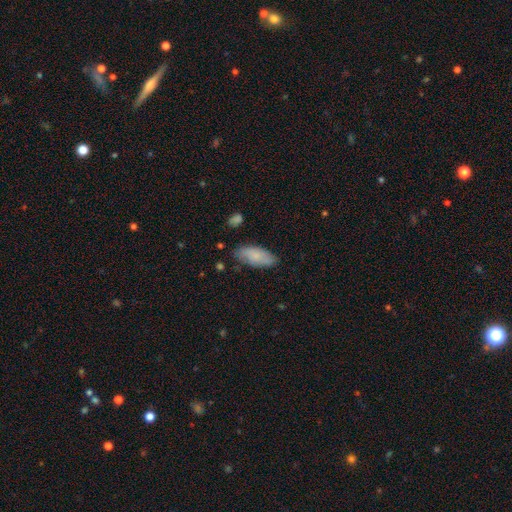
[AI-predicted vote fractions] Smooth or featured? smooth (76%)
How rounded? in between (85%)
Merging? none (74%)